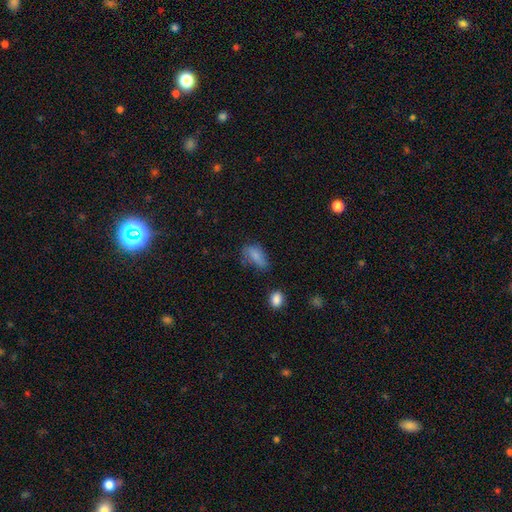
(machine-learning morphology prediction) Overall: smooth (79%). How rounded: in between (87%). Merging: none (48%; minor disturbance 33%).